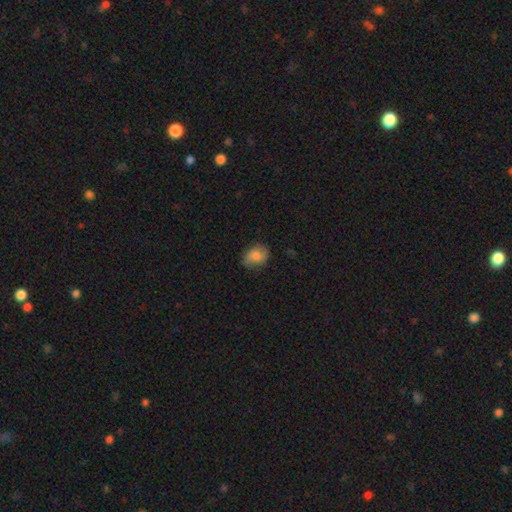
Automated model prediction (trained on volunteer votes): A smooth galaxy with no disk features (79%) that is in between round and cigar-shaped (65%). Merging: none (73%).